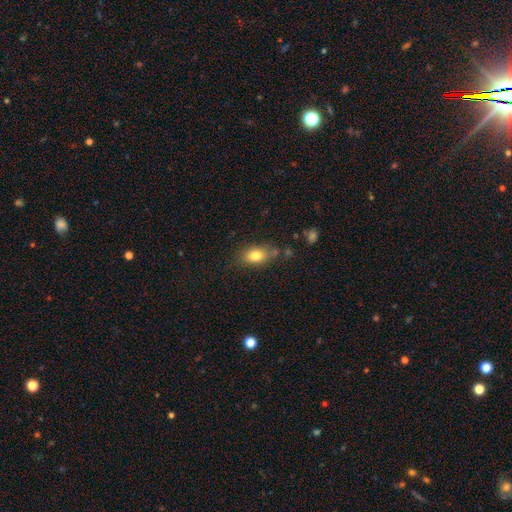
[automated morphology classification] Smooth or featured? smooth (80%)
How rounded? in between (82%)
Merging? none (67%)